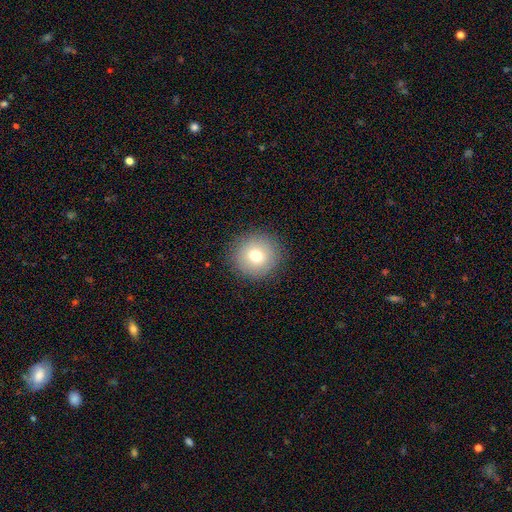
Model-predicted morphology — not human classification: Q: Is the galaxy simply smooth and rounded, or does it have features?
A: smooth — 74%.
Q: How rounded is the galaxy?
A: round — 94%.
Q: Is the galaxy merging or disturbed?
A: none — 89%.